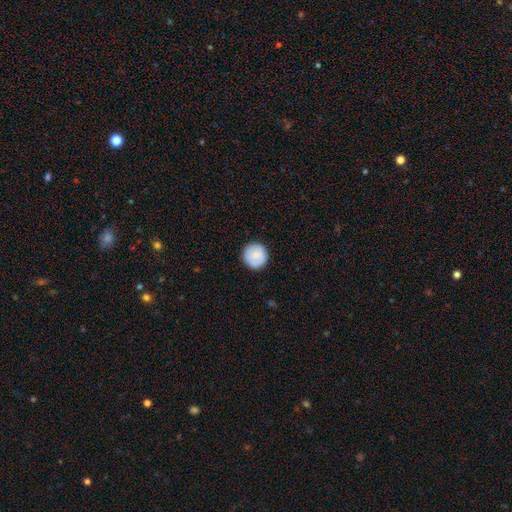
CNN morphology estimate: The model was most divided on "smooth or featured": smooth: 79%, featured or disk: 14%, star or artifact: 7%. More confident: how rounded — round (95%); merging — none (88%).